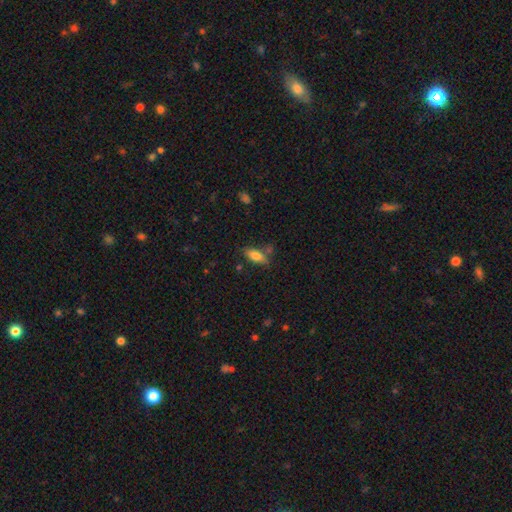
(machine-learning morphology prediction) This appears to be a smooth galaxy with no disk features (79%) that is in between round and cigar-shaped (81%). Merging: none (68%).